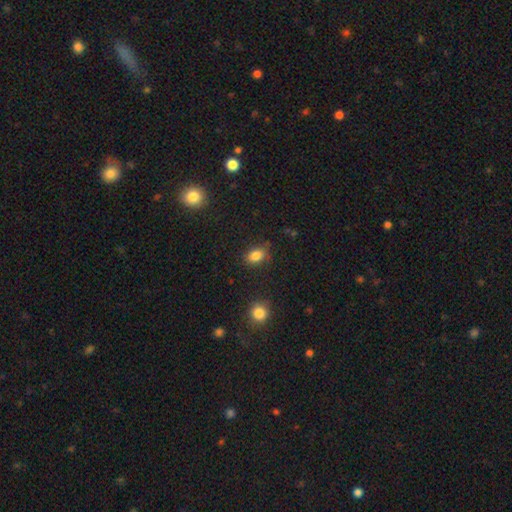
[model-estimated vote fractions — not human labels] Smooth or featured: smooth — 84% (star or artifact — 10%)
How rounded: in between — 78% (round — 20%)
Merging: none — 82% (minor disturbance — 13%)